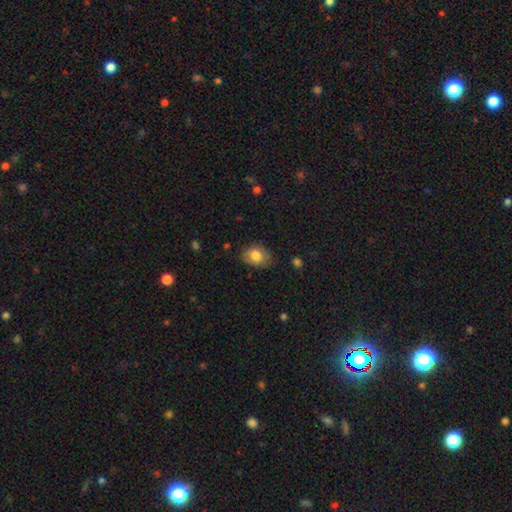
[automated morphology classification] A smooth galaxy with no disk features (82%) that is in between round and cigar-shaped (68%). Merging: none (75%).